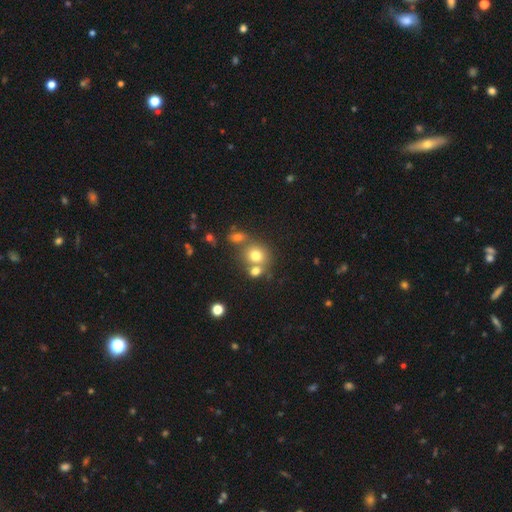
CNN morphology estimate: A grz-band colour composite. It shows a smooth galaxy with no disk features (74%) that is round (78%). Merging: none (50%).